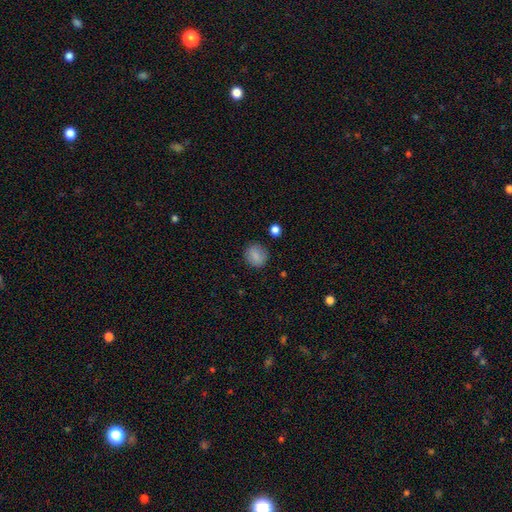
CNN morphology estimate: This is clearly a smooth galaxy (85%). How rounded: likely round (80%). Merging: clearly none (86%).